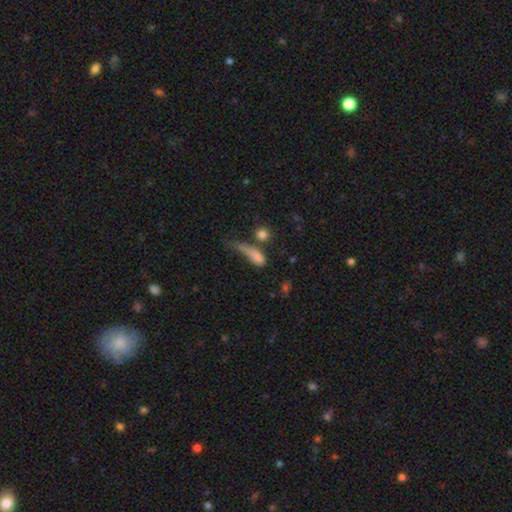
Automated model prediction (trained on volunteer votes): smooth_or_featured: smooth (p=0.73) [alt: featured or disk p=0.15]
how_rounded: in between (p=0.52) [alt: cigar-shaped p=0.34]
merging: major disturbance (p=0.32) [alt: none p=0.27]